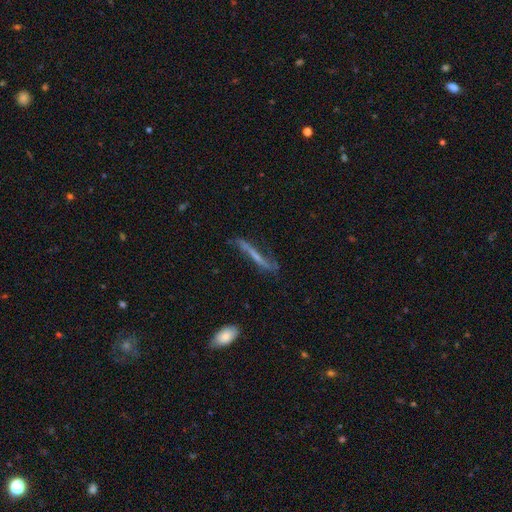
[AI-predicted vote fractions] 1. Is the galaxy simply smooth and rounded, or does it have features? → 55% featured or disk, 35% smooth, 10% star or artifact.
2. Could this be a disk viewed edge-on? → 69% yes, 31% no.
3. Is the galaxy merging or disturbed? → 57% none, 25% minor disturbance, 14% major disturbance, 5% merger.